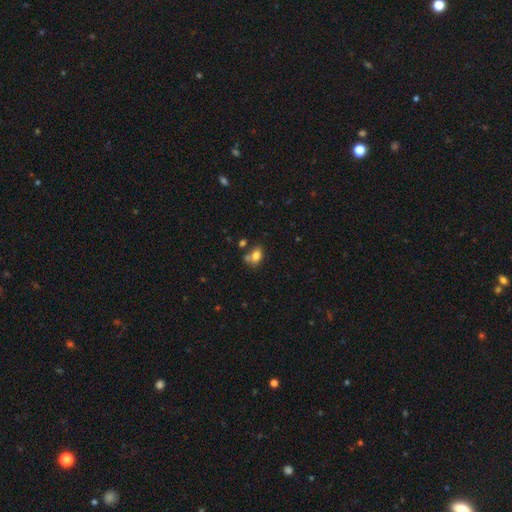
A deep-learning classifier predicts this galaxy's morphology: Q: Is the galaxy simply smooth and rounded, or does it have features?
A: smooth — 79%.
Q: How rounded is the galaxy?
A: in between — 78%.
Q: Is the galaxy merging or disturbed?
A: none — 46%.